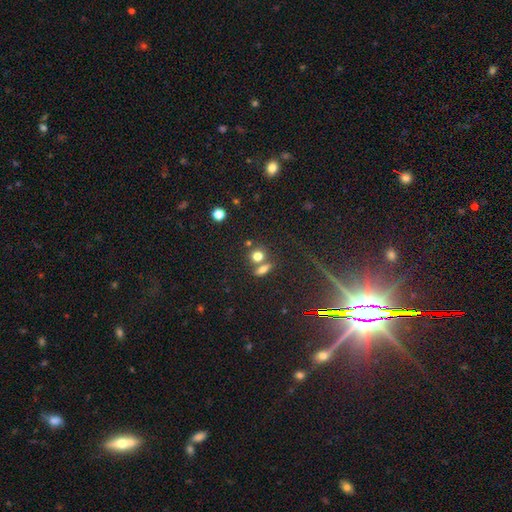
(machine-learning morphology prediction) A smooth galaxy with no disk features (50%).

Vote fractions:
- Smooth or featured? smooth: 50% / star or artifact: 37% / featured or disk: 13%
- Merging? none: 64% / merger: 23% / minor disturbance: 9% / major disturbance: 4%